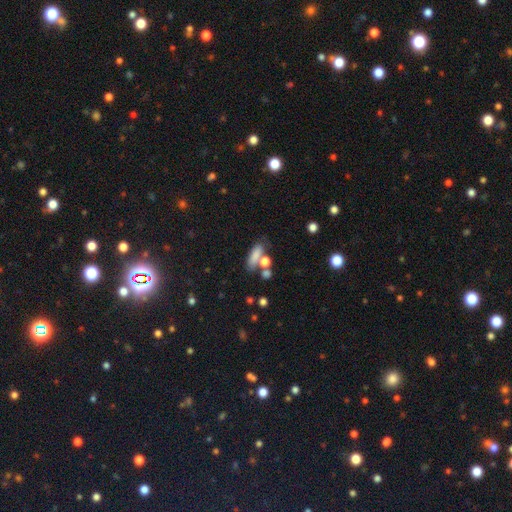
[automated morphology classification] A smooth galaxy with no disk features (77%) that is in between round and cigar-shaped (61%). Merging: none (51%).